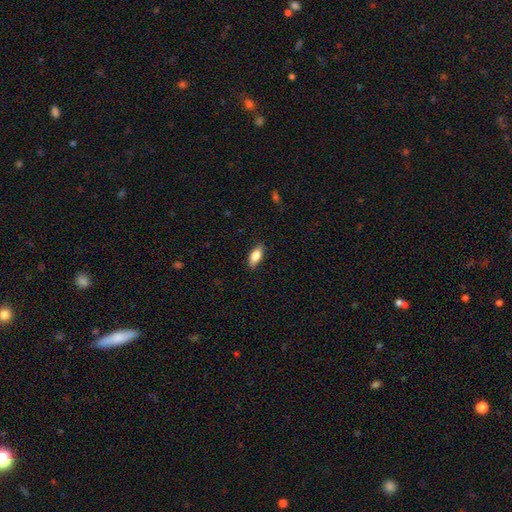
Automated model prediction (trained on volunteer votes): smooth_or_featured: smooth (p=0.75) [alt: featured or disk p=0.19]
how_rounded: in between (p=0.81) [alt: cigar-shaped p=0.16]
merging: none (p=0.84) [alt: minor disturbance p=0.12]